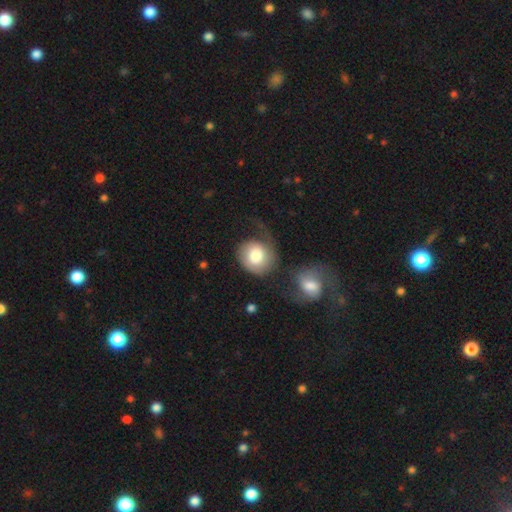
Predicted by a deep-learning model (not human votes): Overall: smooth (63%; featured or disk 31%). How rounded: round (77%). Merging: none (37%; major disturbance 29%).